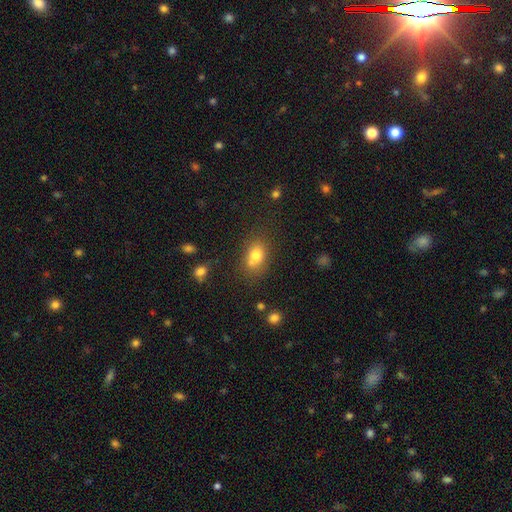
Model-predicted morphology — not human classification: A smooth galaxy with no disk features (76%) that is in between round and cigar-shaped (71%). Merging: none (55%).